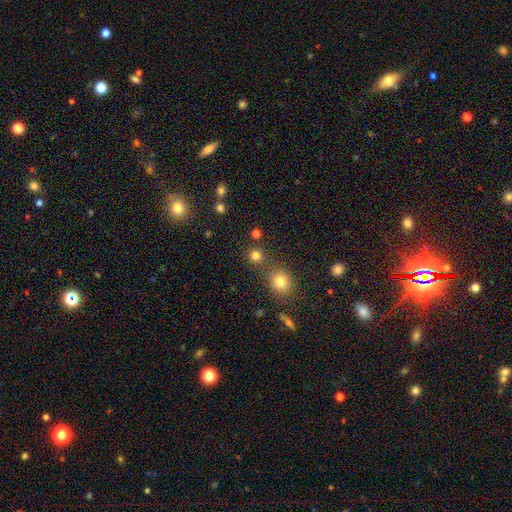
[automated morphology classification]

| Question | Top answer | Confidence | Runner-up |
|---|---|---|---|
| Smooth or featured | smooth | 78% | star or artifact (17%) |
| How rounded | round | 92% | in between (7%) |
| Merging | none | 73% | merger (17%) |